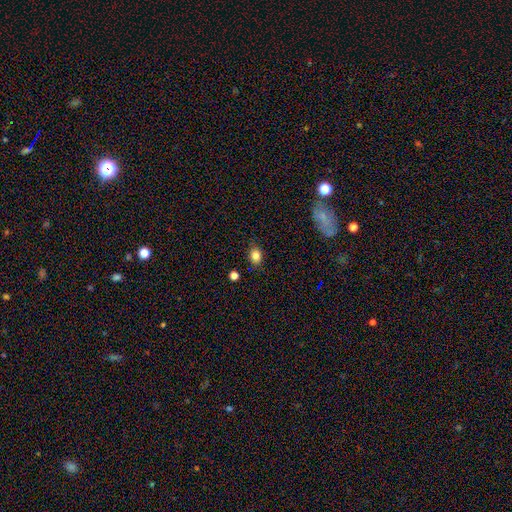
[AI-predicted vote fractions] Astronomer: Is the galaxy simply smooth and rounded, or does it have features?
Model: smooth — 83%.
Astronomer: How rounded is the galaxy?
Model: in between — 62%.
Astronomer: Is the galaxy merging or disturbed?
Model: none — 85%.